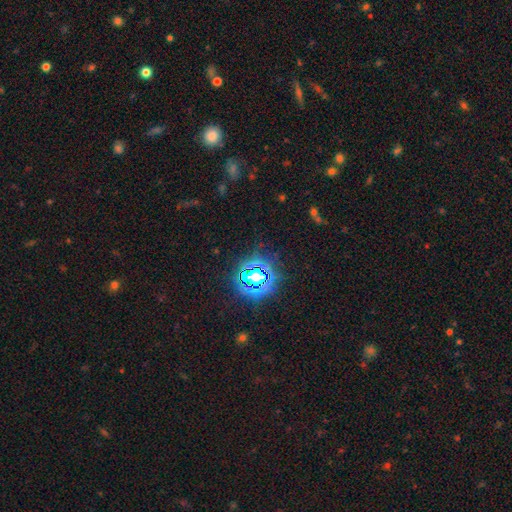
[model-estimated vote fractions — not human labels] Smooth or featured: star or artifact — 76% (smooth — 17%)